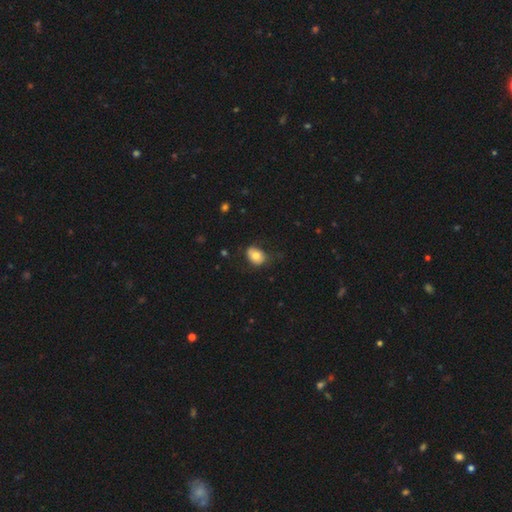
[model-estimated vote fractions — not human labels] A smooth galaxy with no disk features (75%) that is in between round and cigar-shaped (72%). Merging: none (62%).